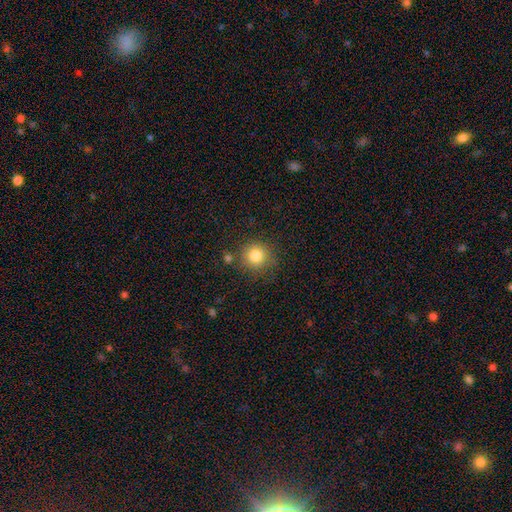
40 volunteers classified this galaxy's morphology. Q: Smooth or featured?
A: smooth (82%); runner-up: star or artifact (12%)
Q: How rounded?
A: round (97%); runner-up: in between (3%)
Q: Merging?
A: none (86%); runner-up: minor disturbance (11%)